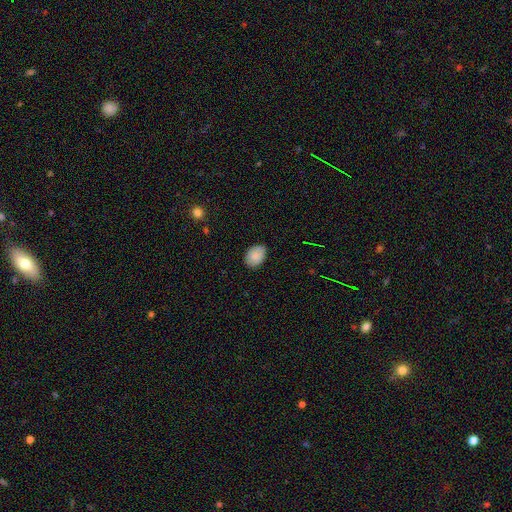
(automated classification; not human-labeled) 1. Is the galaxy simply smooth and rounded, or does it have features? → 86% smooth, 7% star or artifact, 6% featured or disk.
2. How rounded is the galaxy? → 77% in between, 22% round, 1% cigar-shaped.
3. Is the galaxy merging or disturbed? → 83% none, 13% minor disturbance, 2% major disturbance, 1% merger.